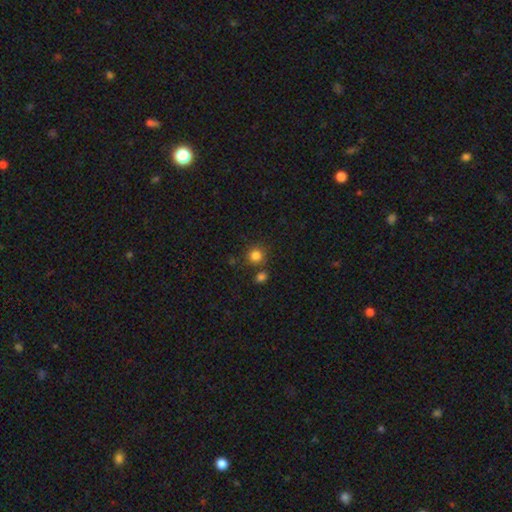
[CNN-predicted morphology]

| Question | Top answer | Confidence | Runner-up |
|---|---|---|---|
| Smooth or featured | smooth | 83% | star or artifact (12%) |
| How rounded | round | 89% | in between (10%) |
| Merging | none | 76% | merger (12%) |